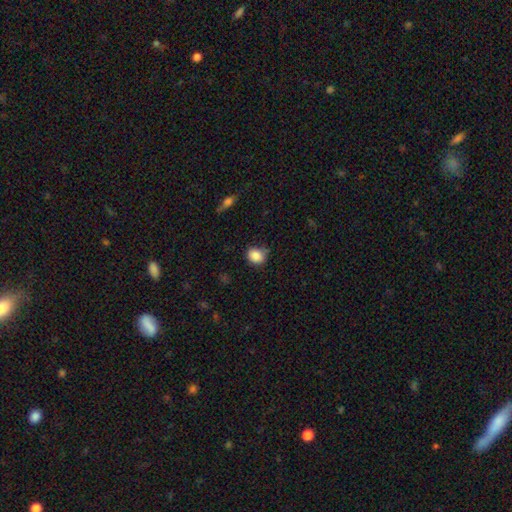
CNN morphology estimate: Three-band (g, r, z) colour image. It shows a smooth galaxy with no disk features (86%) that is round (65%). Merging: none (71%).